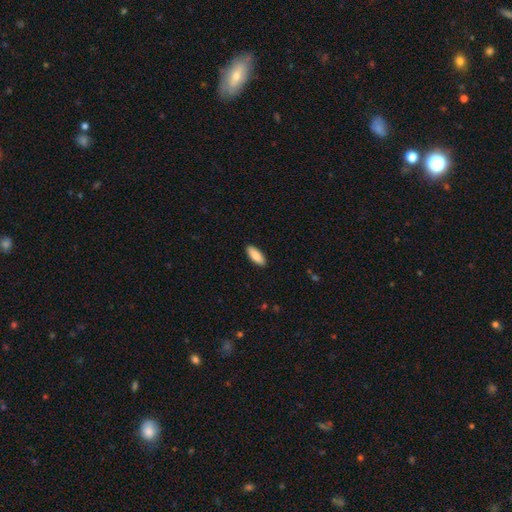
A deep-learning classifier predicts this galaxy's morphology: Smooth or featured?
  - smooth: 86% *
  - featured or disk: 8%
  - star or artifact: 6%
How rounded?
  - in between: 75% *
  - cigar-shaped: 24%
  - round: 2%
Merging?
  - none: 90% *
  - minor disturbance: 7%
  - major disturbance: 2%
  - merger: 1%